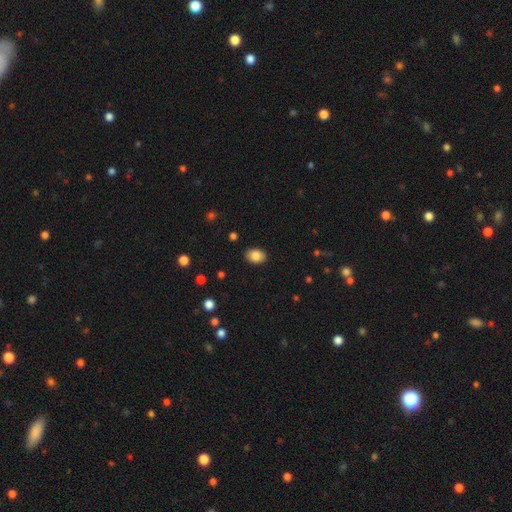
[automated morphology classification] Smooth or featured? Predicted: smooth (p=0.85). How rounded? Predicted: in between (p=0.77). Merging? Predicted: none (p=0.89).